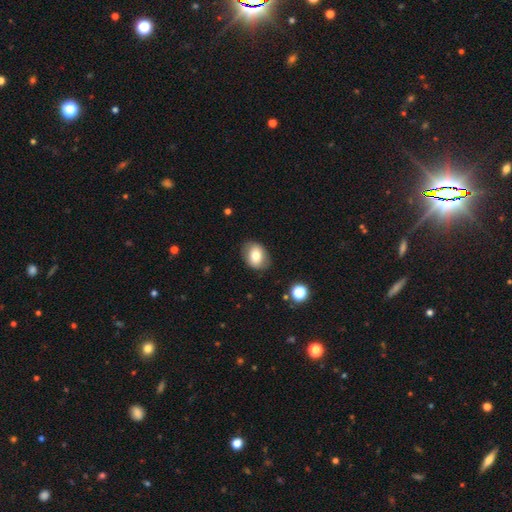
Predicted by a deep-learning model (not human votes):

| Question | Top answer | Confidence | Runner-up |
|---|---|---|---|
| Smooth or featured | smooth | 77% | featured or disk (15%) |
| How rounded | in between | 61% | round (38%) |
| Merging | none | 82% | minor disturbance (14%) |